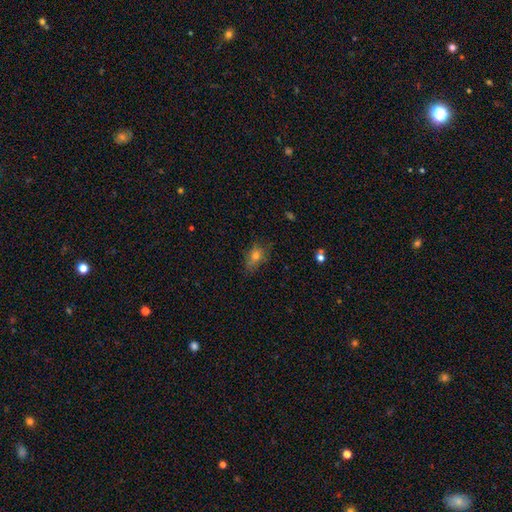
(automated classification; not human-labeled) A smooth galaxy with no disk features (68%) that is in between round and cigar-shaped (72%). Merging: none (62%).